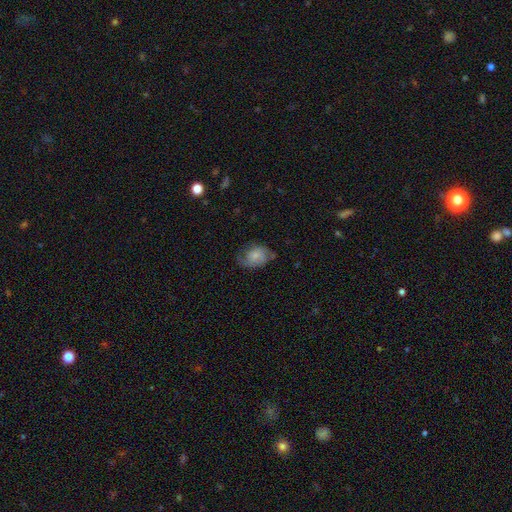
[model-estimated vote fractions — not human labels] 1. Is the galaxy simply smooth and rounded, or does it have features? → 53% smooth, 40% featured or disk, 8% star or artifact.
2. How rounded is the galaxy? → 73% in between, 25% round, 1% cigar-shaped.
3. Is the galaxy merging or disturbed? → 51% none, 31% minor disturbance, 16% major disturbance, 2% merger.